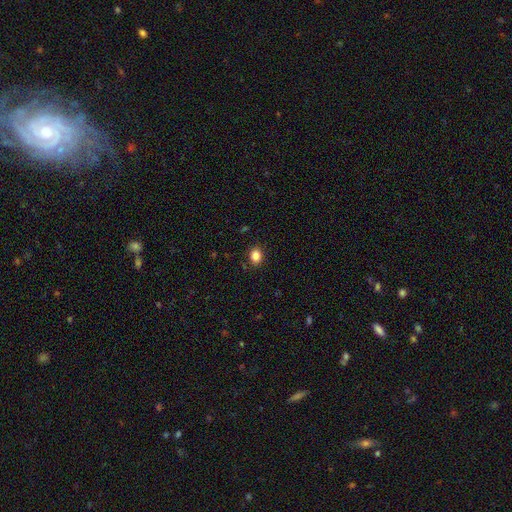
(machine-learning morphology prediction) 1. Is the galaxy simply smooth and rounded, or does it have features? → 86% smooth, 10% star or artifact, 4% featured or disk.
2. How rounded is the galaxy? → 57% in between, 42% round, 1% cigar-shaped.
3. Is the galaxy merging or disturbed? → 88% none, 9% minor disturbance, 2% major disturbance, 1% merger.